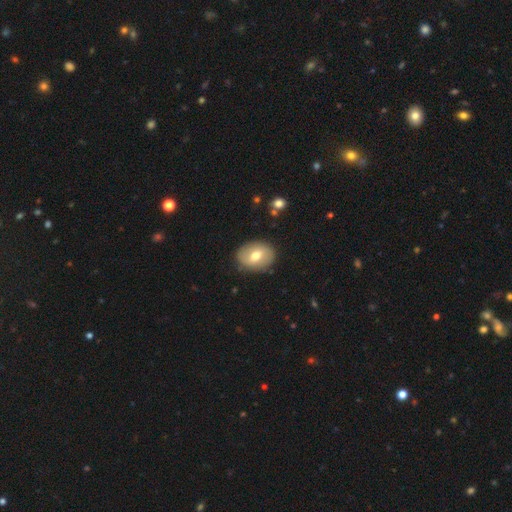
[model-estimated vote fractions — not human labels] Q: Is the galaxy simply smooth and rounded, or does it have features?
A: smooth — 62%.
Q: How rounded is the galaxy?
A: in between — 62%.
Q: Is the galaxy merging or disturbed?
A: none — 85%.